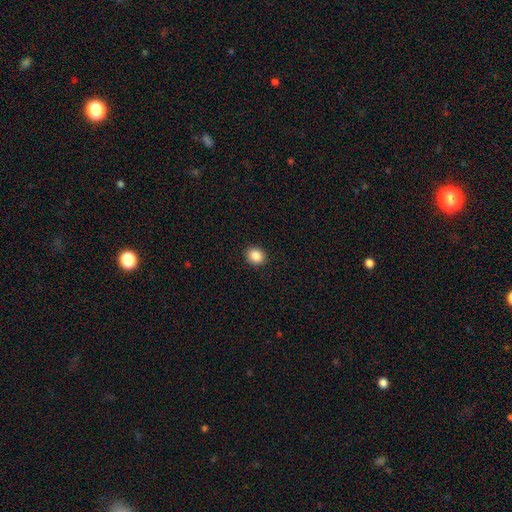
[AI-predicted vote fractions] Q: Smooth or featured?
A: smooth (88%); runner-up: star or artifact (9%)
Q: How rounded?
A: round (68%); runner-up: in between (31%)
Q: Merging?
A: none (91%); runner-up: minor disturbance (6%)